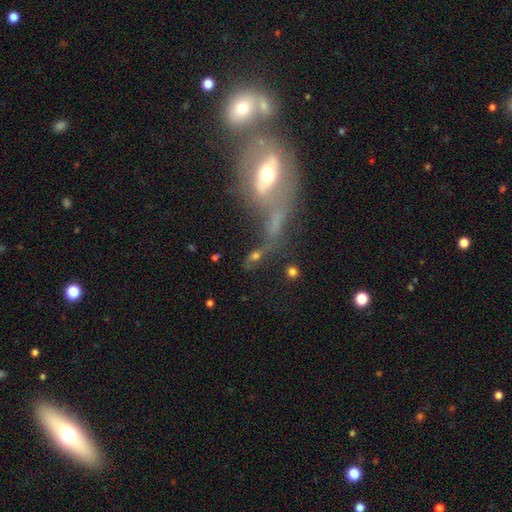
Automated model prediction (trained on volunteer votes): Q: Smooth or featured?
A: smooth (47%); runner-up: featured or disk (31%)
Q: Merging?
A: none (40%); runner-up: merger (30%)